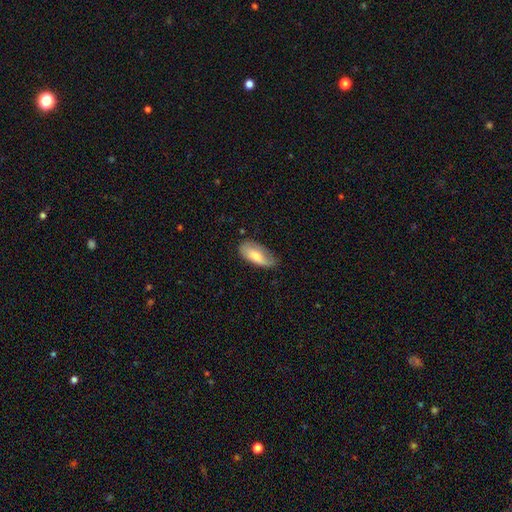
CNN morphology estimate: Smooth or featured? Predicted: smooth (p=0.66). How rounded? Predicted: in between (p=0.87). Merging? Predicted: none (p=0.62).